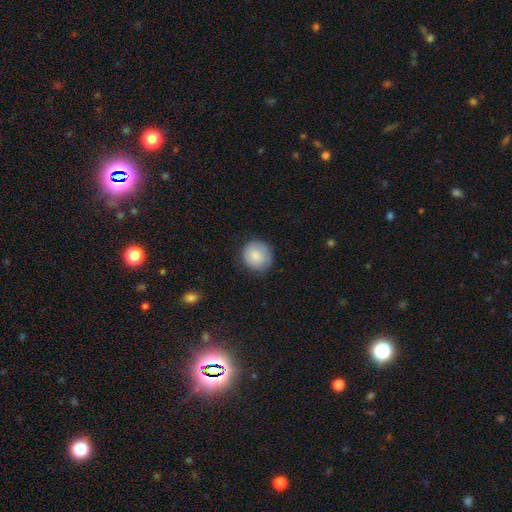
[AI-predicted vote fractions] smooth_or_featured: smooth (p=0.86) [alt: star or artifact p=0.07]
how_rounded: round (p=0.91) [alt: in between p=0.08]
merging: none (p=0.85) [alt: minor disturbance p=0.12]